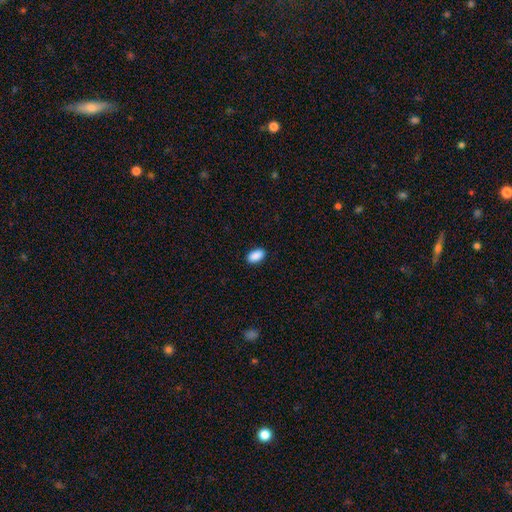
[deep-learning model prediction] Smooth or featured: smooth — 90% (star or artifact — 7%)
How rounded: in between — 93% (round — 5%)
Merging: none — 90% (minor disturbance — 7%)